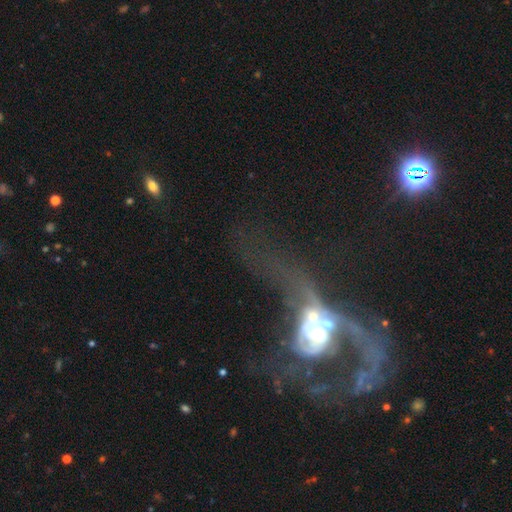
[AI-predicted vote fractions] This is likely a featured or disk galaxy (65%). It is clearly not viewed edge-on (90%). Bar: likely no (68%). Spiral arm pattern: possibly yes (52%). Central bulge: possibly moderate (50%). Merging: possibly merger (53%).